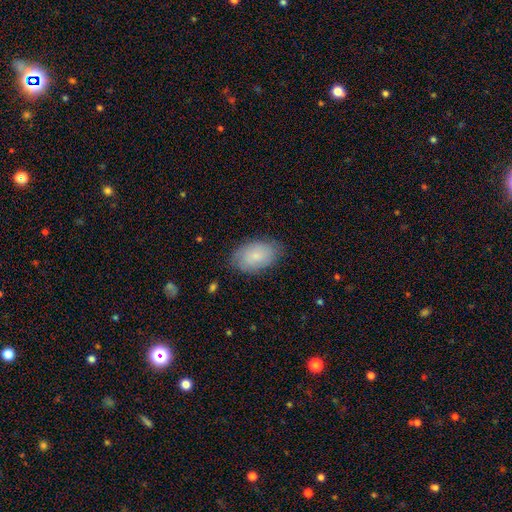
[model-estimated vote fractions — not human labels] Smooth or featured: smooth — 78% (featured or disk — 15%)
How rounded: in between — 93% (round — 6%)
Merging: none — 79% (minor disturbance — 17%)